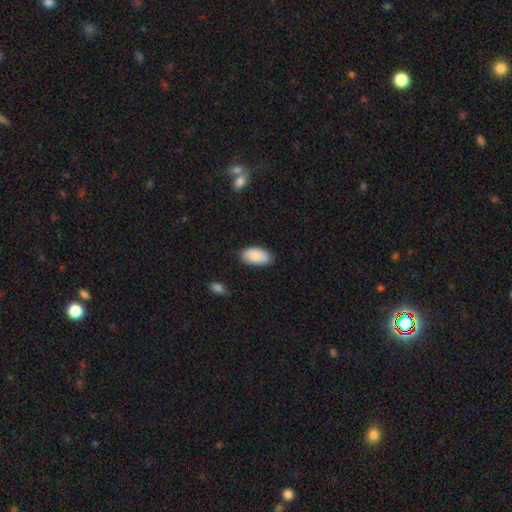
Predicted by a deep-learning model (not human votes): This appears to be a smooth galaxy with no disk features (86%) that is in between round and cigar-shaped (95%). Merging: none (80%).